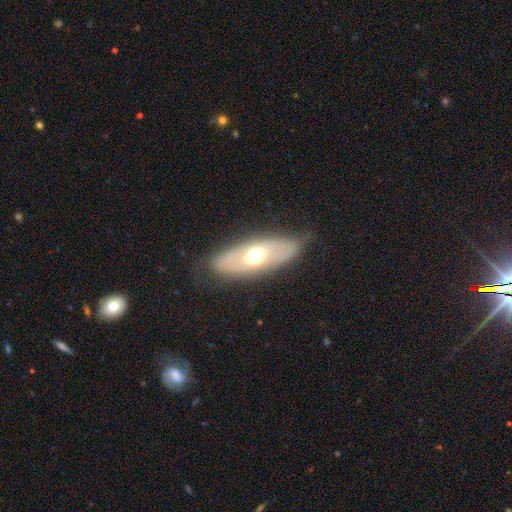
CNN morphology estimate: This is possibly a smooth galaxy (47%). Merging: likely none (76%).